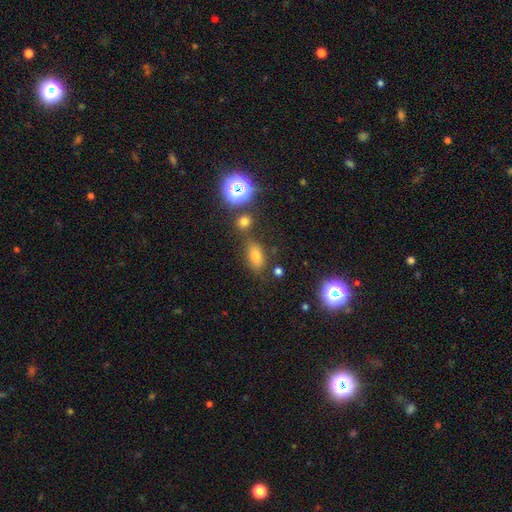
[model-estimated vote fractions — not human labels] A smooth galaxy with no disk features (67%) that is in between round and cigar-shaped (79%).

Vote fractions:
- Smooth or featured? smooth: 67% / star or artifact: 22% / featured or disk: 11%
- How rounded? in between: 79% / round: 15% / cigar-shaped: 6%
- Merging? none: 73% / minor disturbance: 13% / merger: 9% / major disturbance: 5%